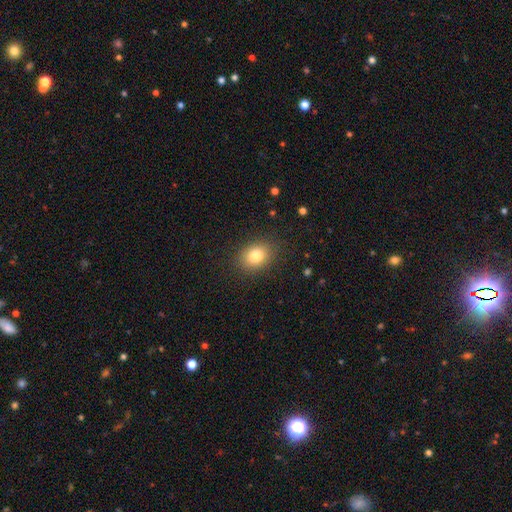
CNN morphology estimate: This is clearly a smooth galaxy (81%). How rounded: possibly in between (57%). Merging: clearly none (86%).